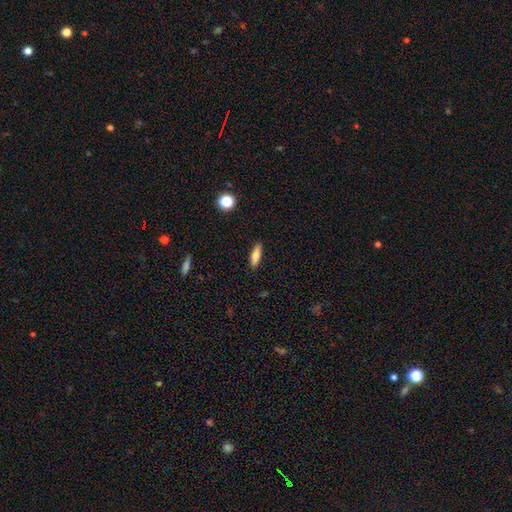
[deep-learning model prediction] smooth 74%, featured or disk 18%, star or artifact 8%. Down the decision tree: how rounded — cigar-shaped (50%); merging — none (88%).